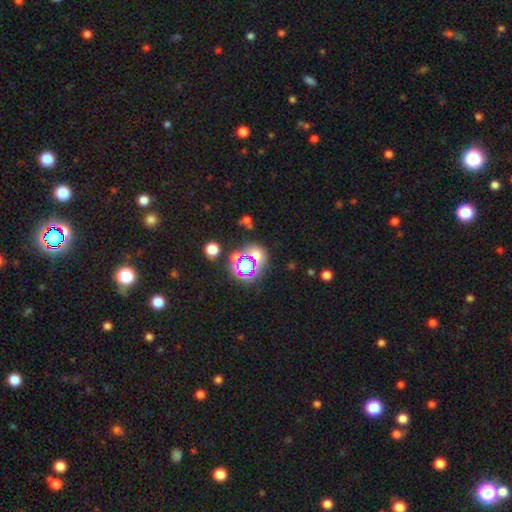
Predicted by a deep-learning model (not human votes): smooth-or-featured: star or artifact: 45% | smooth: 44% | featured or disk: 11%